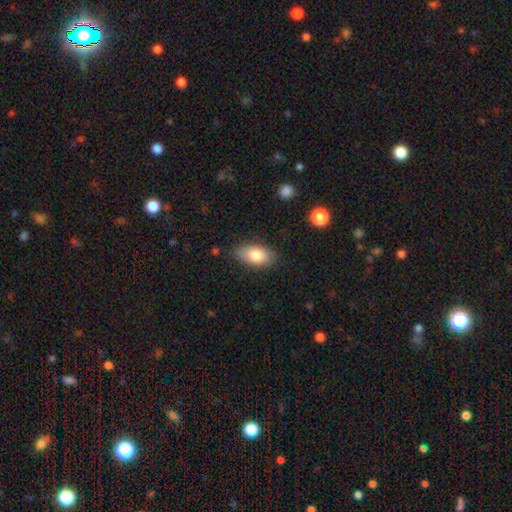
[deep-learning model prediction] Q: Smooth or featured?
A: smooth (81%); runner-up: featured or disk (12%)
Q: How rounded?
A: in between (92%); runner-up: round (5%)
Q: Merging?
A: none (80%); runner-up: minor disturbance (15%)